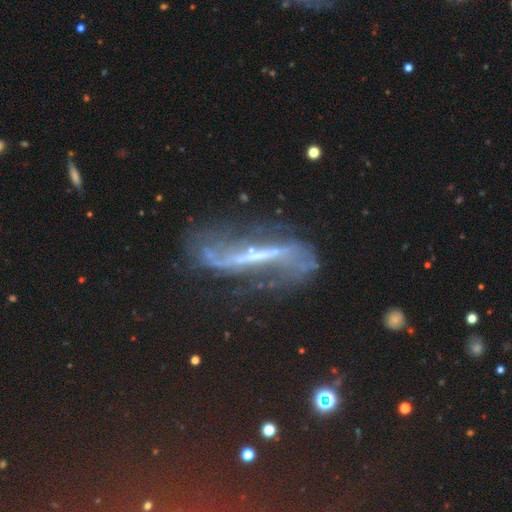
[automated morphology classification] Smooth or featured? Predicted: featured or disk (p=0.77). Edge-on disk? Predicted: no (p=0.73). Bar? Predicted: strong (p=0.59). Spiral arms? Predicted: yes (p=0.74). Bulge size? Predicted: small (p=0.43). Merging? Predicted: none (p=0.47).